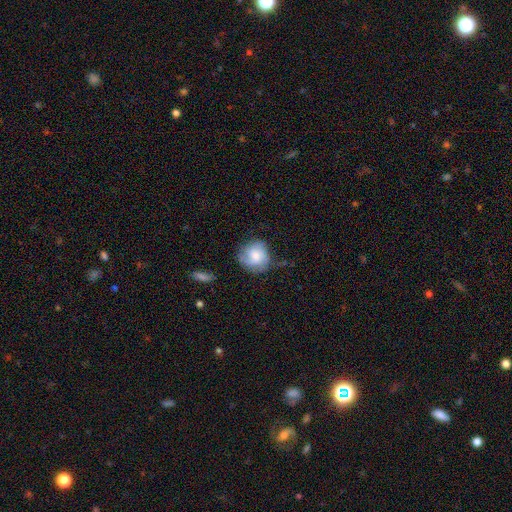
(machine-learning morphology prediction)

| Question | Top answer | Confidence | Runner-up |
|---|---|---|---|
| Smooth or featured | smooth | 48% | featured or disk (44%) |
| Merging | none | 61% | minor disturbance (26%) |